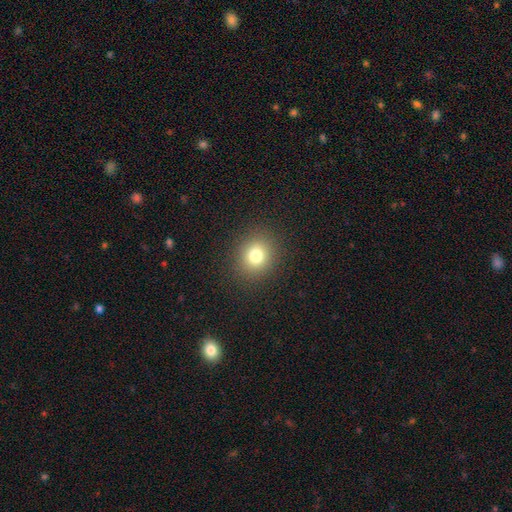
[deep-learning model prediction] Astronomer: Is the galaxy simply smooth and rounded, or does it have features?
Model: smooth — 79%.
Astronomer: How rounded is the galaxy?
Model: round — 78%.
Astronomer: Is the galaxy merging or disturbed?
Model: none — 90%.